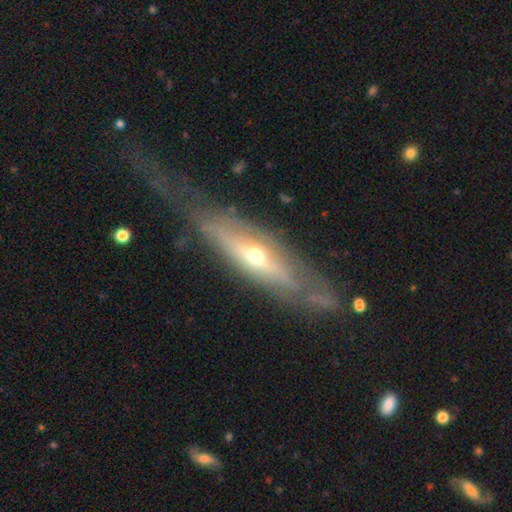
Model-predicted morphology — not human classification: Smooth or featured? Predicted: featured or disk (p=0.72). Edge-on disk? Predicted: yes (p=0.55). Merging? Predicted: none (p=0.62).